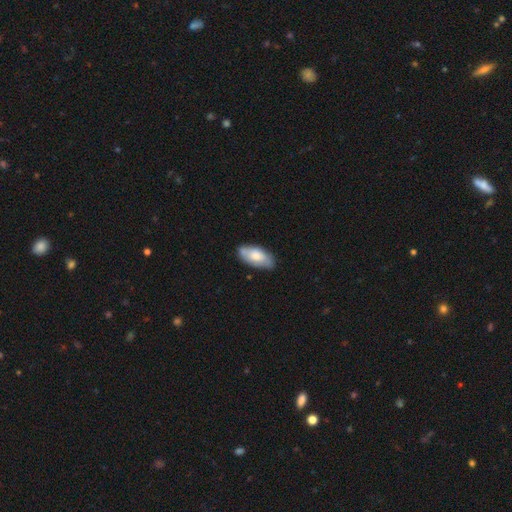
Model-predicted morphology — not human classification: This appears to be a smooth galaxy with no disk features (64%) that is in between round and cigar-shaped (92%). Merging: none (71%).